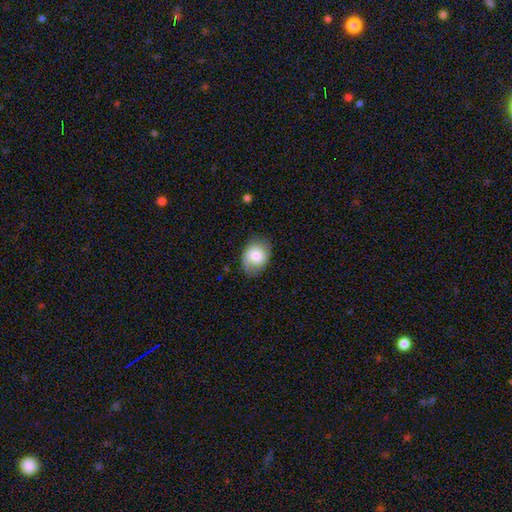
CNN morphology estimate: Overall: smooth (71%). How rounded: in between (63%; round 36%). Merging: none (71%).